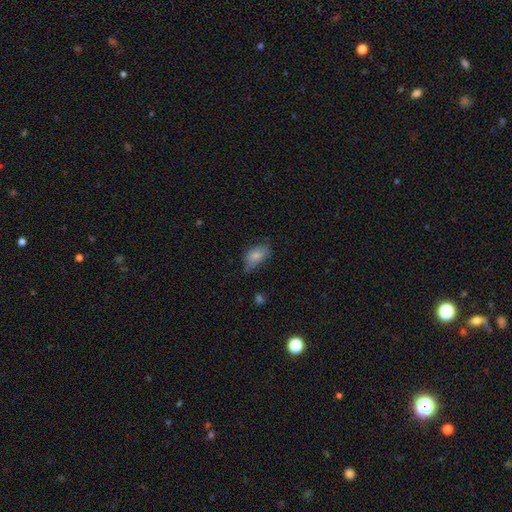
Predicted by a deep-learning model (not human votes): A smooth galaxy with no disk features (76%) that is in between round and cigar-shaped (90%).

Vote fractions:
- Smooth or featured? smooth: 76% / featured or disk: 15% / star or artifact: 8%
- How rounded? in between: 90% / round: 6% / cigar-shaped: 3%
- Merging? none: 46% / minor disturbance: 38% / major disturbance: 13% / merger: 3%